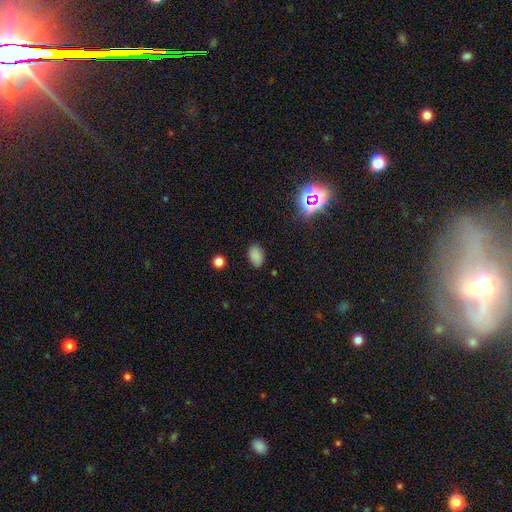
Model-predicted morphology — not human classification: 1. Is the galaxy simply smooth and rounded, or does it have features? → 82% smooth, 14% star or artifact, 4% featured or disk.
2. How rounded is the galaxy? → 88% in between, 11% round, 1% cigar-shaped.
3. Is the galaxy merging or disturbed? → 83% none, 13% minor disturbance, 3% major disturbance, 1% merger.